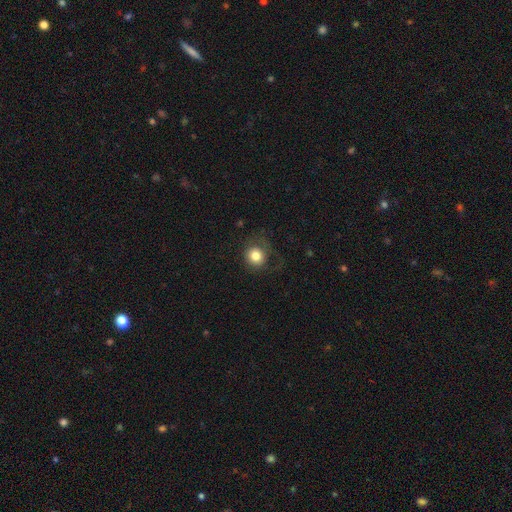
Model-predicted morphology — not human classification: A smooth galaxy with no disk features (80%) that is round (89%). Merging: none (66%).